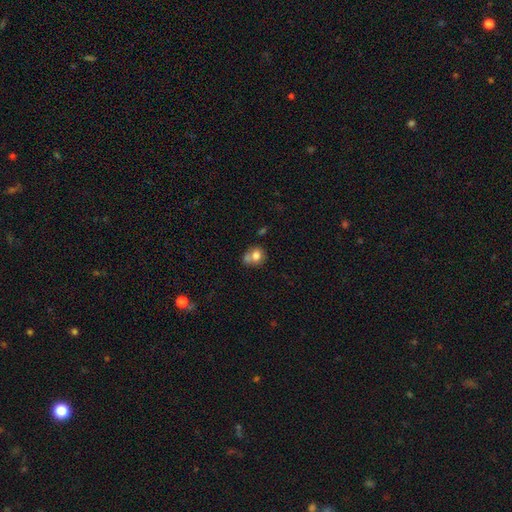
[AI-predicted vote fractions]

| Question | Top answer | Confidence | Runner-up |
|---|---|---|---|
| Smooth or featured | smooth | 74% | featured or disk (16%) |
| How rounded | round | 68% | in between (31%) |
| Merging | none | 43% | merger (33%) |